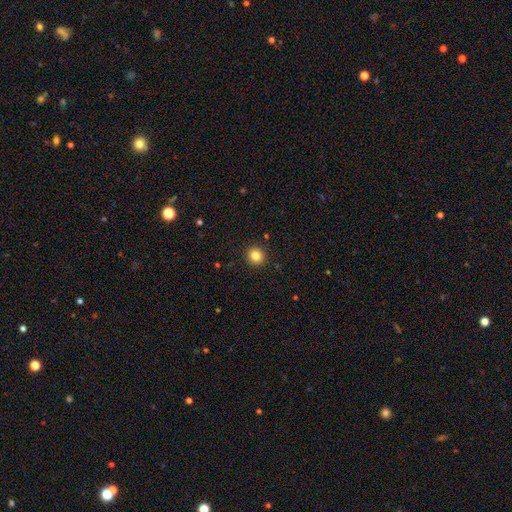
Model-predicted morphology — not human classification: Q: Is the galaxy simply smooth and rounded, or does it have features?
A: smooth — 83%.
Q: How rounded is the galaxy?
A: round — 93%.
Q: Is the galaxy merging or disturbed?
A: none — 92%.